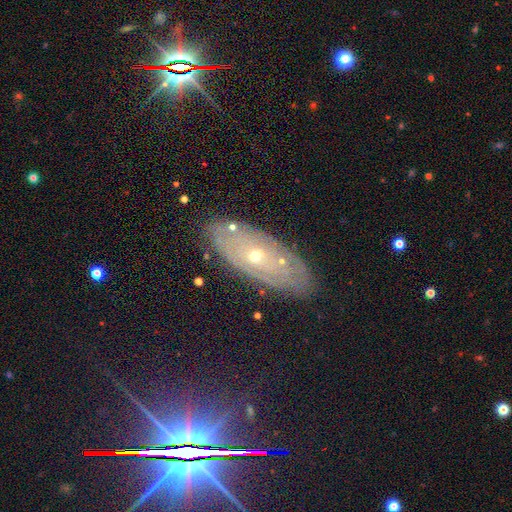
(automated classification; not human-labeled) This is likely a featured or disk galaxy (72%). It is clearly not viewed edge-on (83%). Bar: clearly no (81%). Spiral arm pattern: likely yes (77%). Central bulge: possibly small (59%). Merging: clearly none (84%).